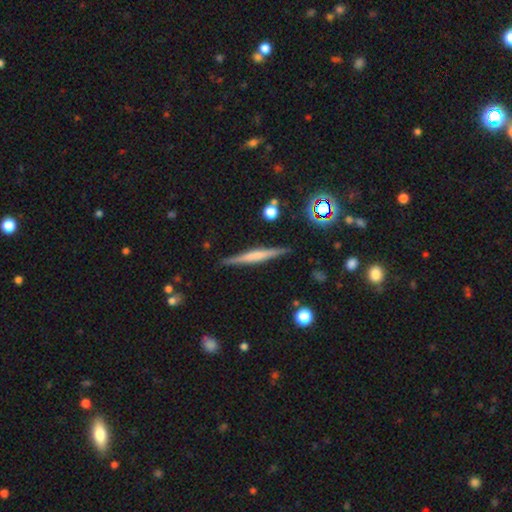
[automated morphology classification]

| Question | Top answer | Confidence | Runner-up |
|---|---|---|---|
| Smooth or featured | featured or disk | 56% | smooth (36%) |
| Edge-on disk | yes | 97% | no (3%) |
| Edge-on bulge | none | 43% | rounded (33%) |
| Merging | none | 89% | minor disturbance (8%) |